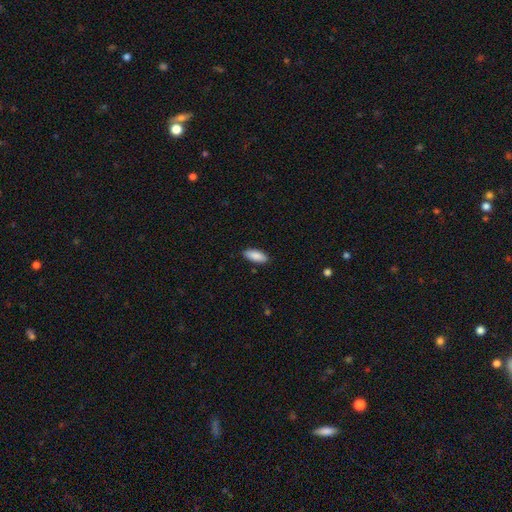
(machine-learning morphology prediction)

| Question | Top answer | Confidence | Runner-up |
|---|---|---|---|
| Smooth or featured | smooth | 89% | star or artifact (6%) |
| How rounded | in between | 82% | cigar-shaped (17%) |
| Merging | none | 88% | minor disturbance (9%) |